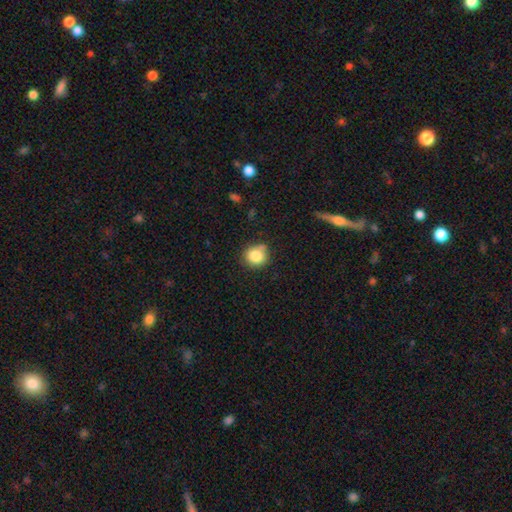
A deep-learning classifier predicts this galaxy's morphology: A smooth galaxy with no disk features (84%) that is round (85%).

Vote fractions:
- Smooth or featured? smooth: 84% / star or artifact: 10% / featured or disk: 7%
- How rounded? round: 85% / in between: 14% / cigar-shaped: 1%
- Merging? none: 71% / minor disturbance: 20% / merger: 5% / major disturbance: 4%